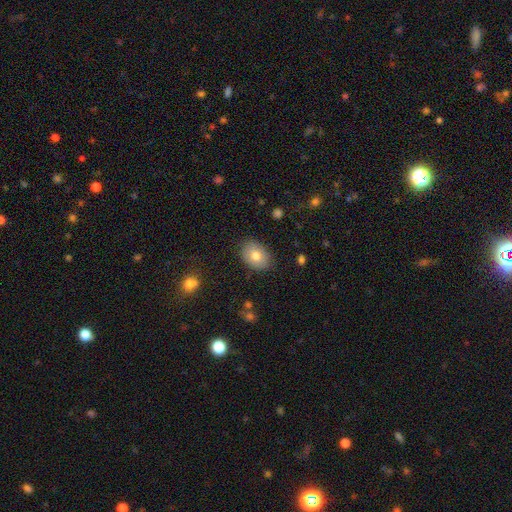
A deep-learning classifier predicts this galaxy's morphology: Smooth or featured: smooth — 78% (featured or disk — 14%)
How rounded: in between — 76% (round — 23%)
Merging: none — 85% (minor disturbance — 11%)